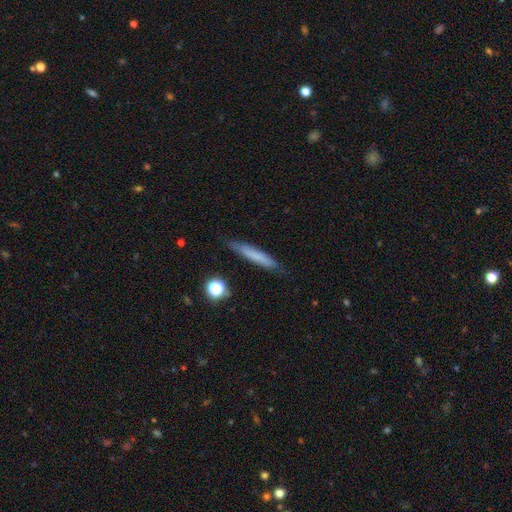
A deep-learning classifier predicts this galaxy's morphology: Smooth or featured: smooth — 68% (featured or disk — 24%)
How rounded: cigar-shaped — 93% (in between — 5%)
Merging: none — 85% (minor disturbance — 11%)